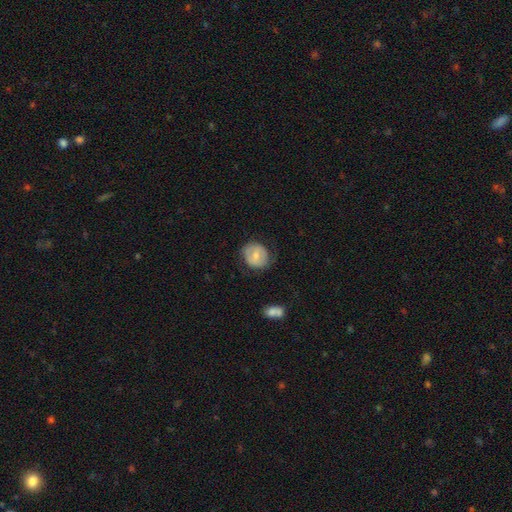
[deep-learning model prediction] Overall: smooth (59%; featured or disk 34%). How rounded: round (73%). Merging: none (68%).